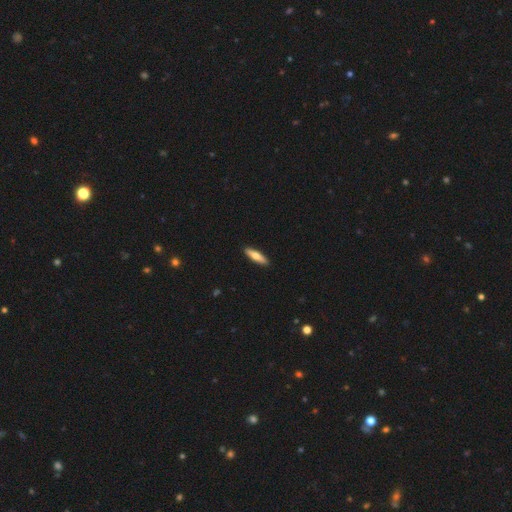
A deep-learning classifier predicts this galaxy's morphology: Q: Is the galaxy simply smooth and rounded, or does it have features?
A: smooth — 64%.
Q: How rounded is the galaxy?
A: cigar-shaped — 73%.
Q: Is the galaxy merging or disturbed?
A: none — 91%.